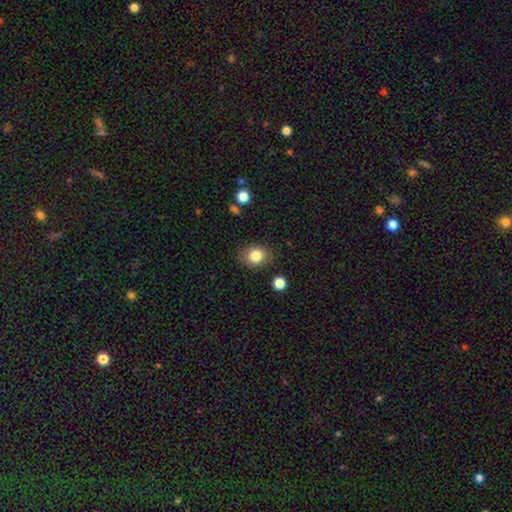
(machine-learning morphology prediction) Smooth or featured?
  - smooth: 83% *
  - star or artifact: 10%
  - featured or disk: 7%
How rounded?
  - round: 60% *
  - in between: 40%
  - cigar-shaped: 1%
Merging?
  - none: 82% *
  - minor disturbance: 13%
  - major disturbance: 4%
  - merger: 2%